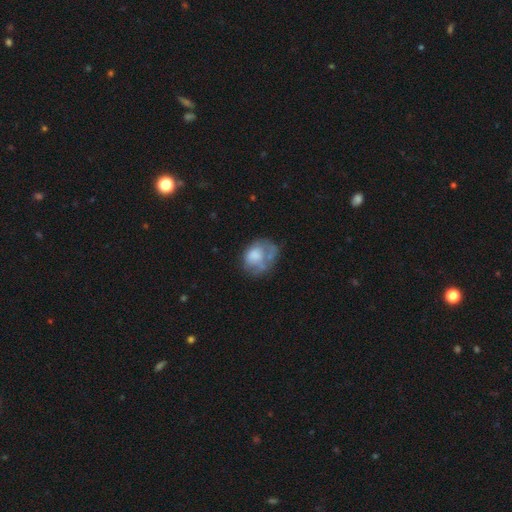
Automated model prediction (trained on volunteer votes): smooth_or_featured: smooth (p=0.59) [alt: featured or disk p=0.32]
how_rounded: in between (p=0.55) [alt: round p=0.44]
merging: none (p=0.38) [alt: minor disturbance p=0.27]